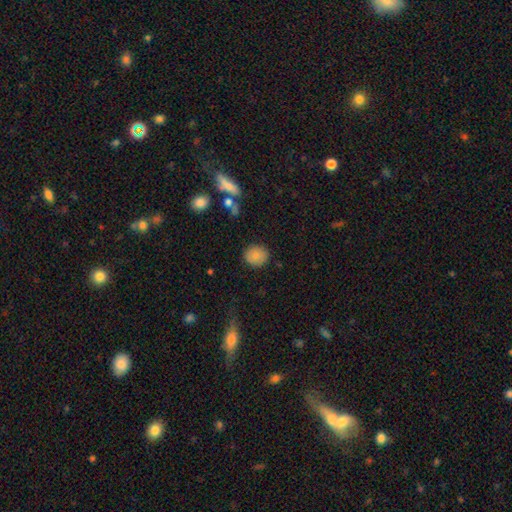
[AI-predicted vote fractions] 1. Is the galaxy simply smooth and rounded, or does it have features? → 83% smooth, 9% star or artifact, 8% featured or disk.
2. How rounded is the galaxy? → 84% round, 15% in between, 1% cigar-shaped.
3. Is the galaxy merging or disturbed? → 86% none, 9% minor disturbance, 3% major disturbance, 2% merger.